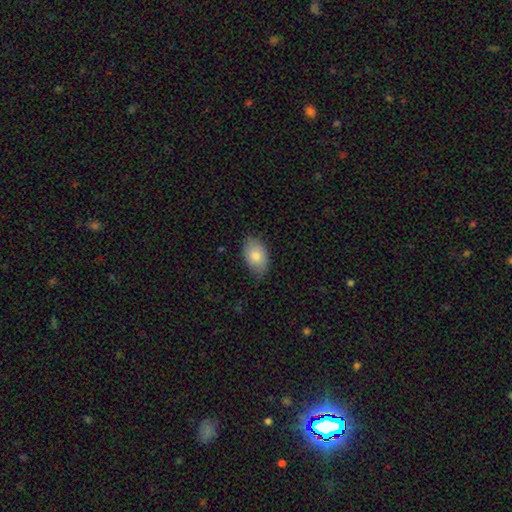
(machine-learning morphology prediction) Smooth or featured? Predicted: smooth (p=0.81). How rounded? Predicted: in between (p=0.91). Merging? Predicted: none (p=0.77).